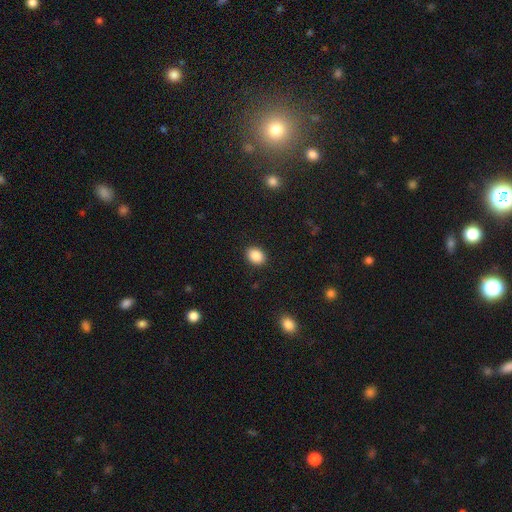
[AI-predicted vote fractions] smooth-or-featured: smooth: 88% | star or artifact: 8% | featured or disk: 4%
  how-rounded: in between: 59% | round: 40% | cigar-shaped: 1%
  merging: none: 90% | minor disturbance: 7% | major disturbance: 2% | merger: 1%